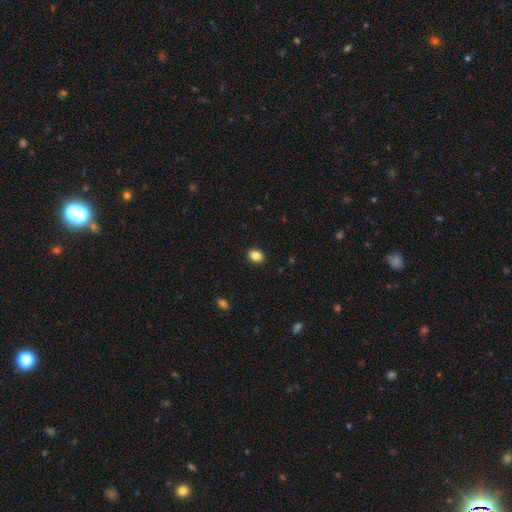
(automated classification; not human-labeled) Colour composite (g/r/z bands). It shows a smooth galaxy with no disk features (85%) that is in between round and cigar-shaped (52%). Merging: none (91%).